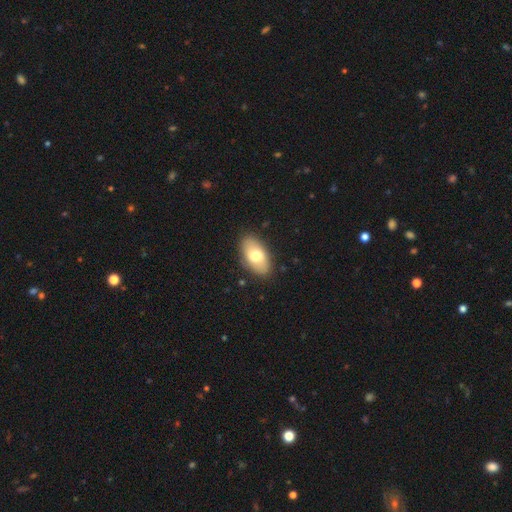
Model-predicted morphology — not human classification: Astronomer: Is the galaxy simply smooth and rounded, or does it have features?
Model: smooth — 71%.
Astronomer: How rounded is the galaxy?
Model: in between — 93%.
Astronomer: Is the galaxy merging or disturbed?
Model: none — 85%.